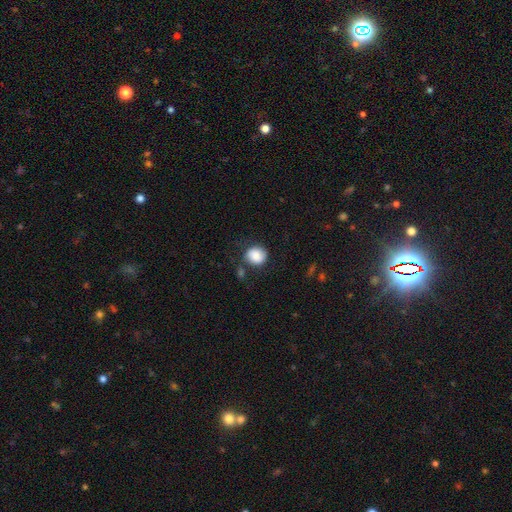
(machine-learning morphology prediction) smooth-or-featured: smooth: 80% | featured or disk: 12% | star or artifact: 8%
  how-rounded: round: 80% | in between: 19% | cigar-shaped: 1%
  merging: none: 63% | minor disturbance: 22% | major disturbance: 9% | merger: 6%